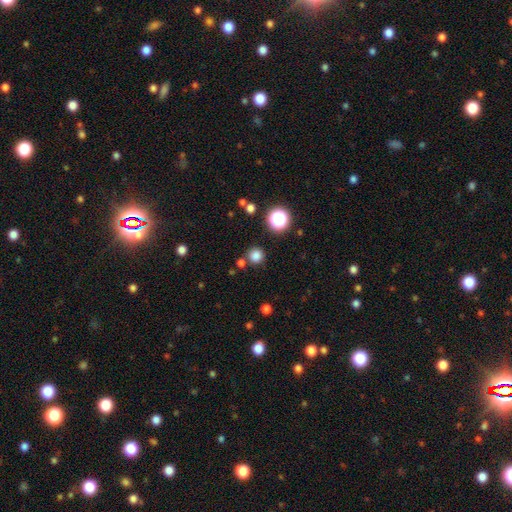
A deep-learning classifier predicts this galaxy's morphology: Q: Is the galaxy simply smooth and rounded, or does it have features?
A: smooth — 79%.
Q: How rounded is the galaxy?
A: round — 95%.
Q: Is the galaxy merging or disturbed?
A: none — 83%.